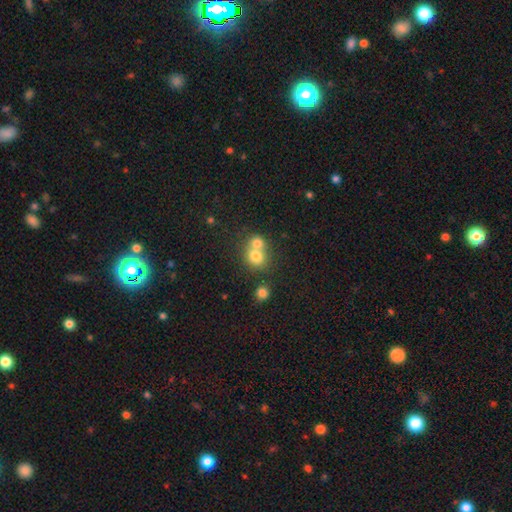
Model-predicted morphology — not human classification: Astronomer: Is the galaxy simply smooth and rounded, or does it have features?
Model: smooth — 75%.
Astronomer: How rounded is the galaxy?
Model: round — 75%.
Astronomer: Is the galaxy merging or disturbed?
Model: merger — 60%.